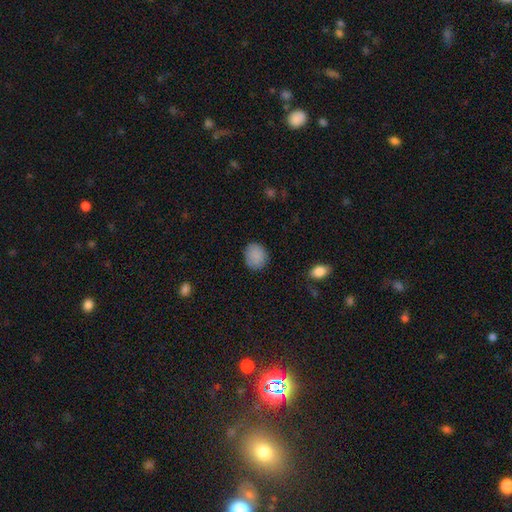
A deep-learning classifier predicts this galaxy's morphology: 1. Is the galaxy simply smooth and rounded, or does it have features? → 88% smooth, 8% star or artifact, 4% featured or disk.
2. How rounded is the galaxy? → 74% round, 25% in between, 1% cigar-shaped.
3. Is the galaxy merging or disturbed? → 87% none, 9% minor disturbance, 2% major disturbance, 1% merger.